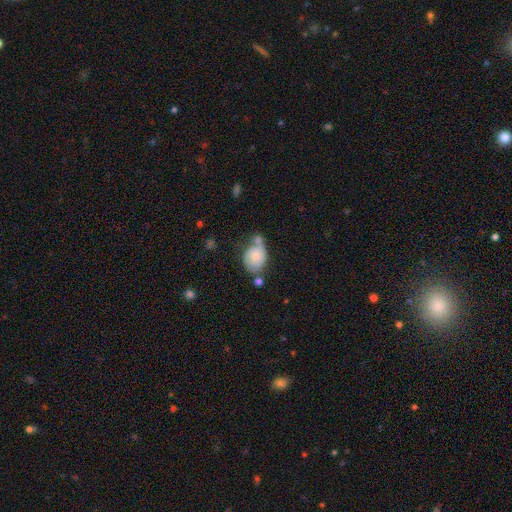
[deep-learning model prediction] Morphology: type=smooth (55%); roundness=in between (62%); merging=none (37%).